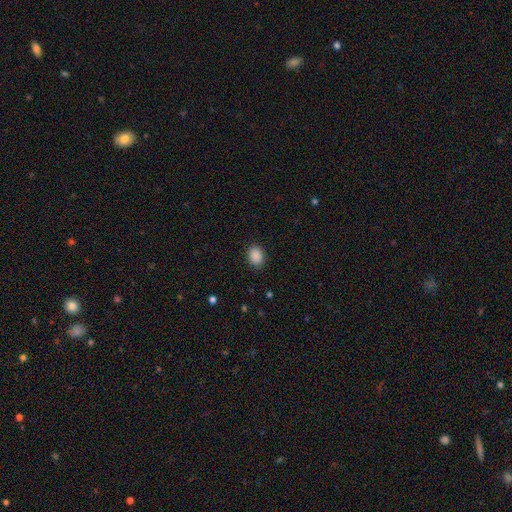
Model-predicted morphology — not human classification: Smooth or featured?
  - smooth: 89% *
  - star or artifact: 9%
  - featured or disk: 2%
How rounded?
  - in between: 59% *
  - round: 40%
  - cigar-shaped: 1%
Merging?
  - none: 88% *
  - minor disturbance: 8%
  - major disturbance: 2%
  - merger: 1%